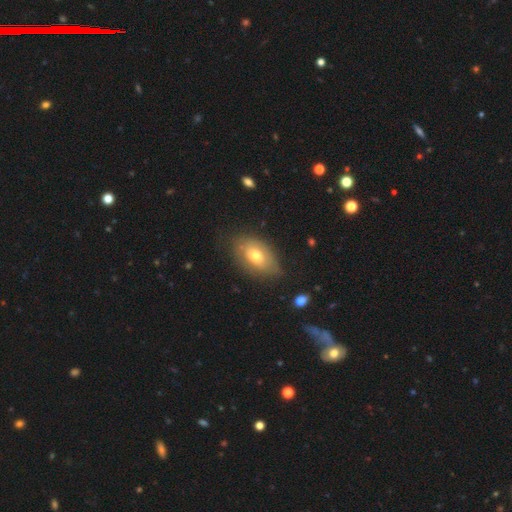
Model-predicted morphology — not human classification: Smooth or featured? smooth (64%)
How rounded? in between (91%)
Merging? none (71%)